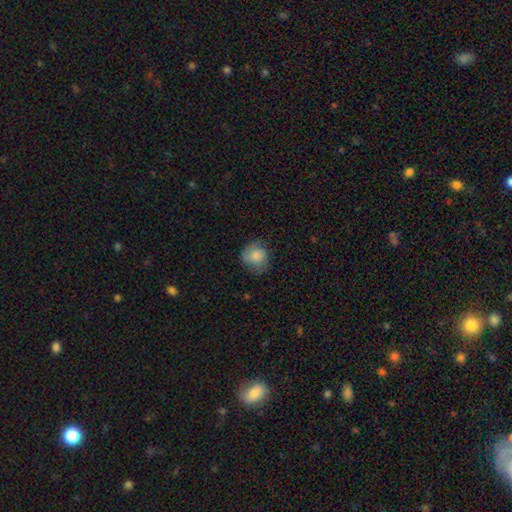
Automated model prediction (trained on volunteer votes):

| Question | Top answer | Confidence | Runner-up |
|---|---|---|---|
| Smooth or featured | smooth | 71% | featured or disk (21%) |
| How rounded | round | 80% | in between (19%) |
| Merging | none | 66% | minor disturbance (24%) |